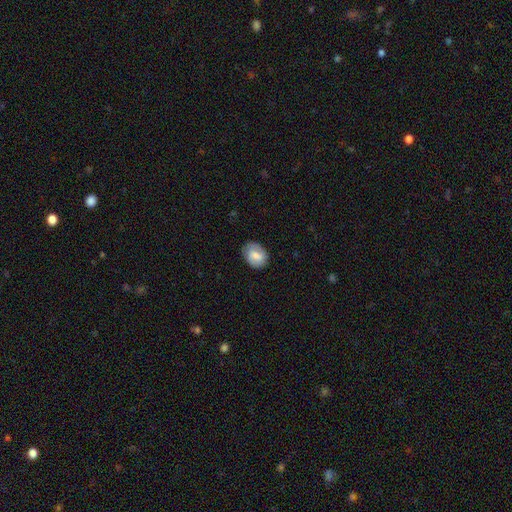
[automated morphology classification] smooth_or_featured: smooth (p=0.65) [alt: featured or disk p=0.27]
how_rounded: in between (p=0.58) [alt: round p=0.41]
merging: none (p=0.76) [alt: minor disturbance p=0.18]